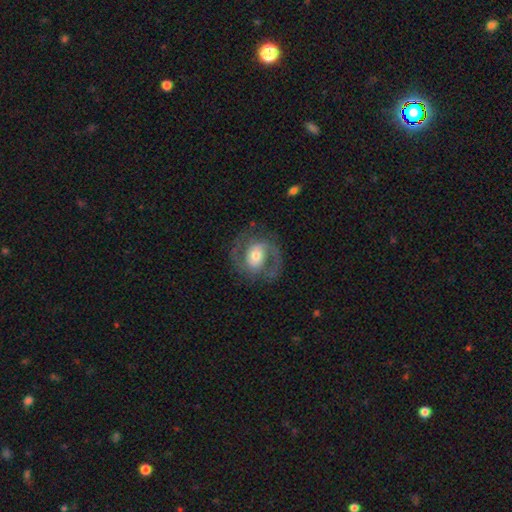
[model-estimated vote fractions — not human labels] Smooth or featured? featured or disk (81%)
Edge-on disk? no (97%)
Bar? no (46%)
Spiral arms? yes (91%)
Spiral winding? medium (56%)
Spiral arm count? 2 (90%)
Bulge size? moderate (57%)
Merging? none (78%)